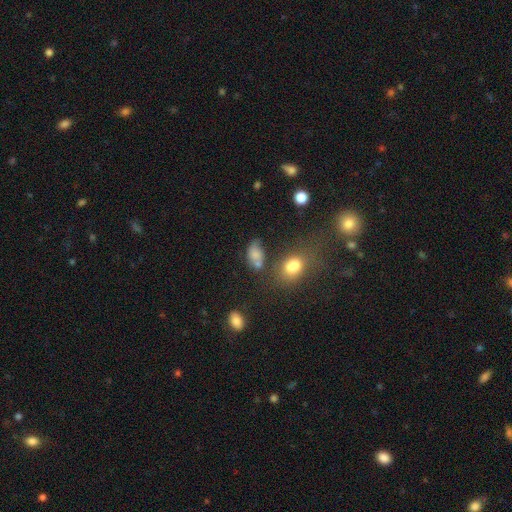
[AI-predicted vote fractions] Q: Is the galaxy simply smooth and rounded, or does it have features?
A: smooth — 70%.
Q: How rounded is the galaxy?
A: in between — 83%.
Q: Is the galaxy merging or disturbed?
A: none — 42%.